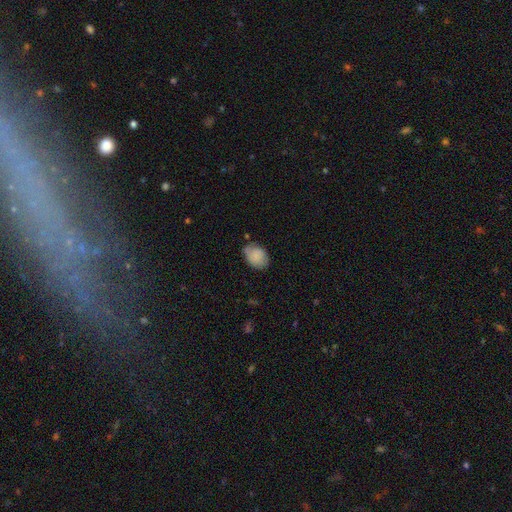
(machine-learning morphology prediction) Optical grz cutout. It shows a smooth galaxy with no disk features (82%) that is in between round and cigar-shaped (70%). Merging: none (63%).